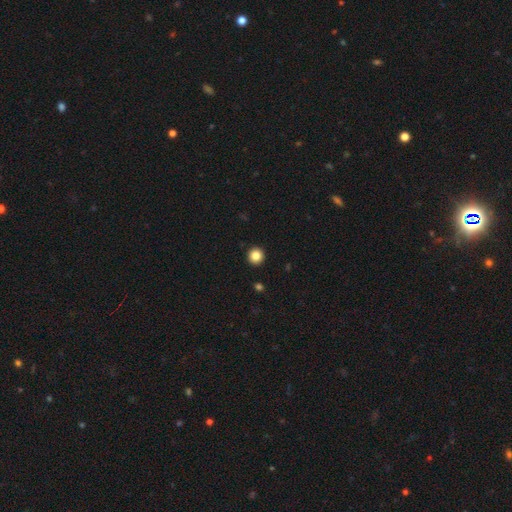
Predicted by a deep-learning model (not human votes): Morphology: type=smooth (85%); roundness=round (95%); merging=none (94%).